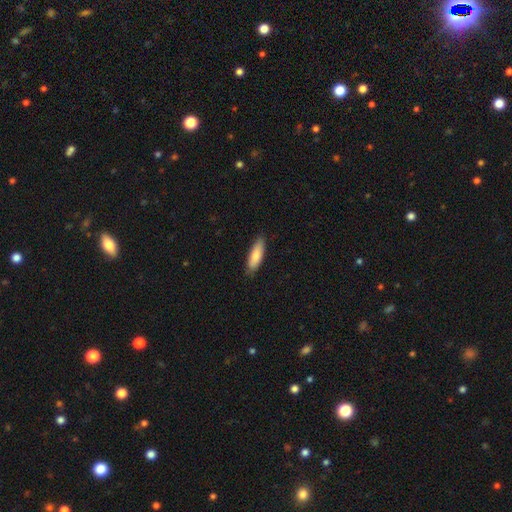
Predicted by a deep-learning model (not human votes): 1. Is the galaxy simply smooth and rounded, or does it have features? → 81% smooth, 14% featured or disk, 6% star or artifact.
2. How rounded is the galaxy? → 50% cigar-shaped, 49% in between, 2% round.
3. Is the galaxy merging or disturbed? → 85% none, 12% minor disturbance, 2% major disturbance, 1% merger.